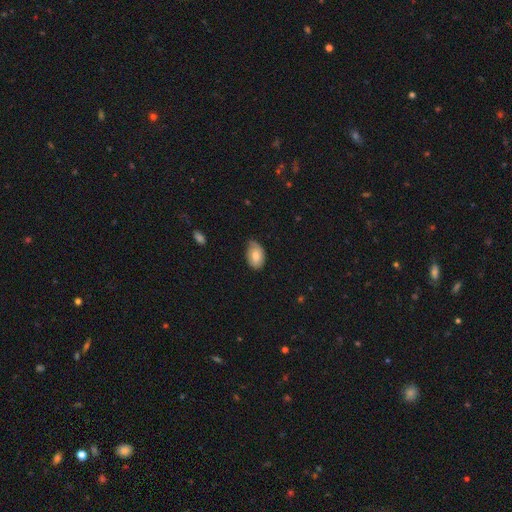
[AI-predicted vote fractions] smooth 72%, featured or disk 20%, star or artifact 7%. Down the decision tree: how rounded — in between (87%); merging — none (58%).